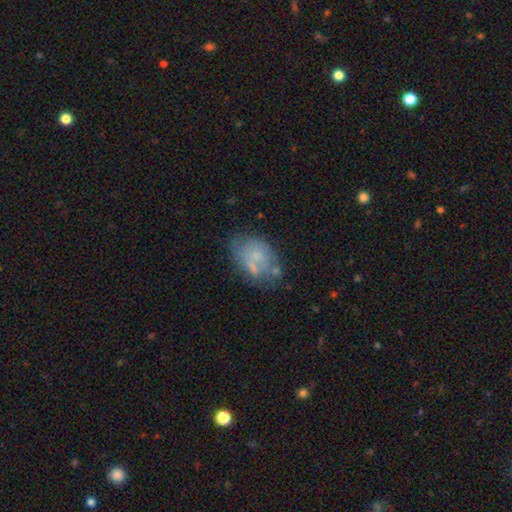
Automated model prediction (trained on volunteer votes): Smooth or featured? smooth (44%, tied with featured or disk)
Merging? none (50%)